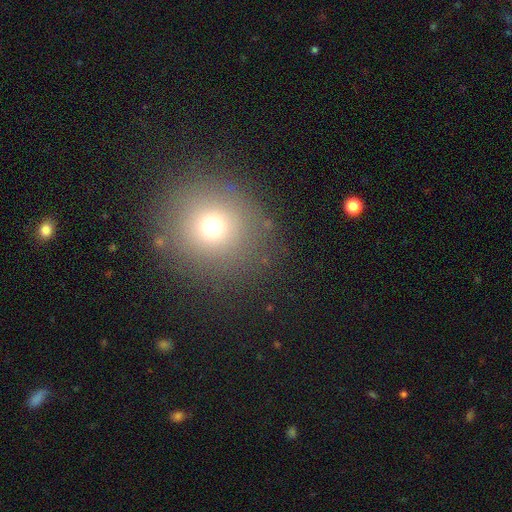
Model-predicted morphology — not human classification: smooth-or-featured: smooth: 69% | star or artifact: 21% | featured or disk: 10%
  how-rounded: round: 88% | in between: 11% | cigar-shaped: 1%
  merging: none: 86% | minor disturbance: 8% | major disturbance: 4% | merger: 2%